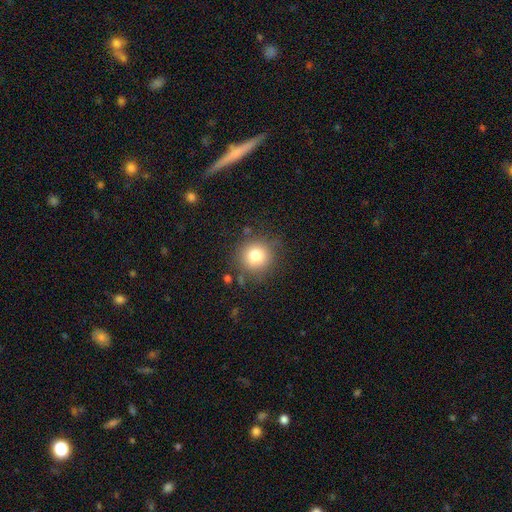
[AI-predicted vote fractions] Q: Smooth or featured?
A: smooth (79%); runner-up: star or artifact (12%)
Q: How rounded?
A: round (92%); runner-up: in between (7%)
Q: Merging?
A: none (83%); runner-up: minor disturbance (11%)